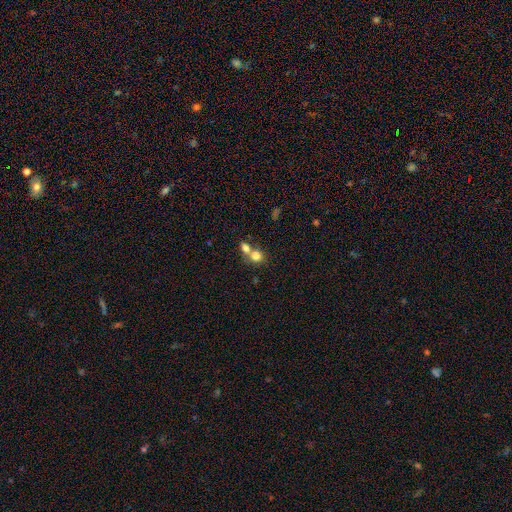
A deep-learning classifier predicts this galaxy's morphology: A smooth galaxy with no disk features (78%) that is round (73%).

Vote fractions:
- Smooth or featured? smooth: 78% / featured or disk: 11% / star or artifact: 11%
- How rounded? round: 73% / in between: 26% / cigar-shaped: 1%
- Merging? merger: 56% / none: 34% / minor disturbance: 6% / major disturbance: 3%